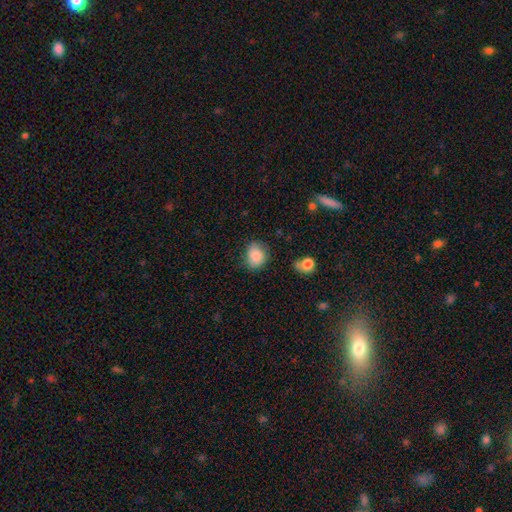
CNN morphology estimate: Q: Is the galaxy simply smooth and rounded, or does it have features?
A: smooth — 85%.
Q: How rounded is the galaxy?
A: round — 62%.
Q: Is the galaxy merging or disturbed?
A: none — 69%.